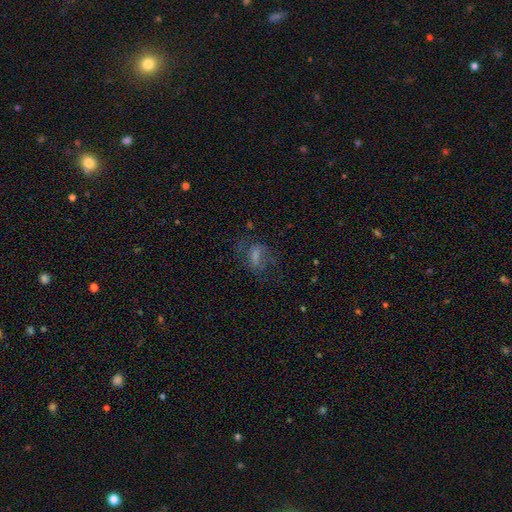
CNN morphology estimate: Smooth or featured? Predicted: featured or disk (p=0.43). Merging? Predicted: none (p=0.49).